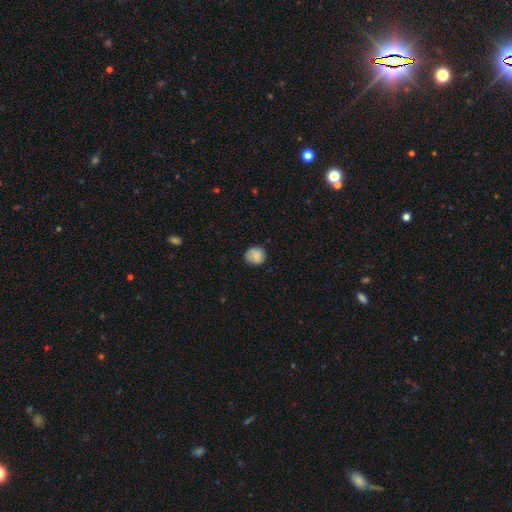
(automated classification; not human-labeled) A smooth galaxy with no disk features (76%) that is round (81%). Merging: none (72%).